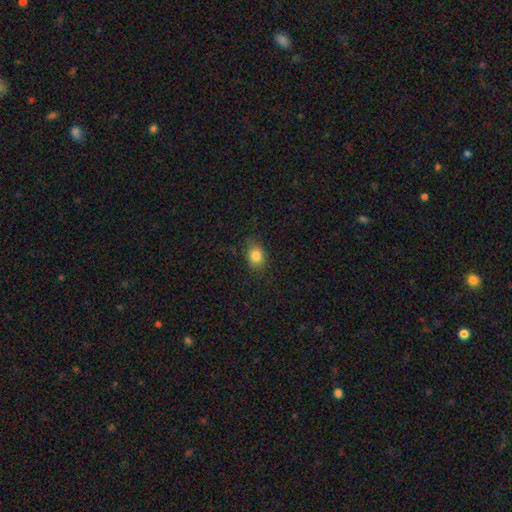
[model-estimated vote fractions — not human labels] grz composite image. It shows a smooth galaxy with no disk features (82%) that is in between round and cigar-shaped (52%). Merging: none (80%).